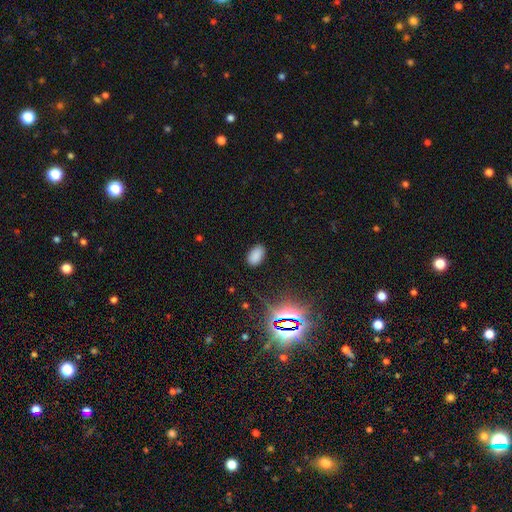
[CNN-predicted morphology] Q: Smooth or featured?
A: smooth (79%); runner-up: star or artifact (17%)
Q: How rounded?
A: in between (94%); runner-up: round (4%)
Q: Merging?
A: none (84%); runner-up: minor disturbance (11%)